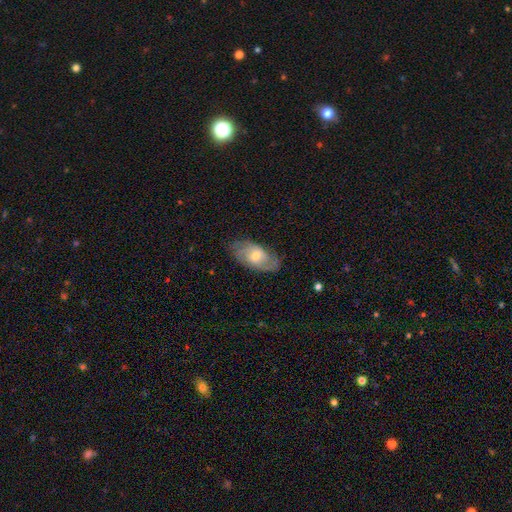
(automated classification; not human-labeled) Smooth or featured? featured or disk (60%)
Edge-on disk? no (92%)
Bar? no (62%)
Spiral arms? yes (82%)
Bulge size? moderate (56%)
Merging? none (74%)